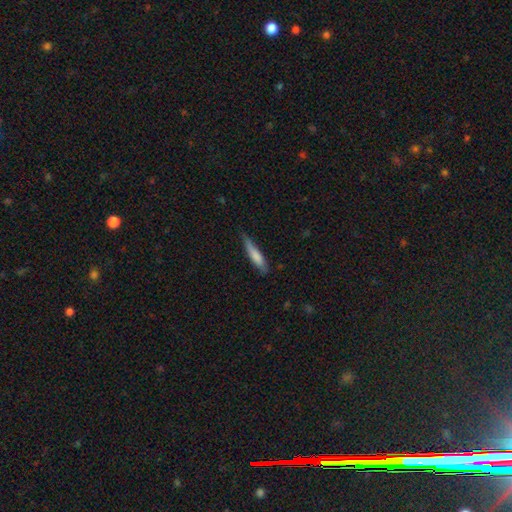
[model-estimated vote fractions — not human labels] Smooth or featured: smooth — 75% (featured or disk — 20%)
How rounded: cigar-shaped — 82% (in between — 17%)
Merging: none — 59% (minor disturbance — 33%)